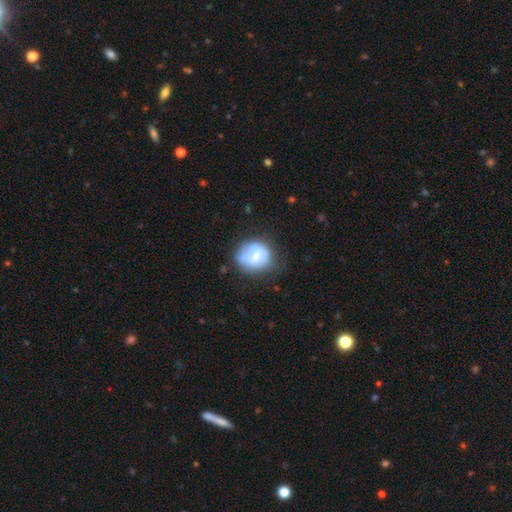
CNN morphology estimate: Overall: smooth (51%; featured or disk 42%). How rounded: round (73%). Merging: none (57%; minor disturbance 28%).